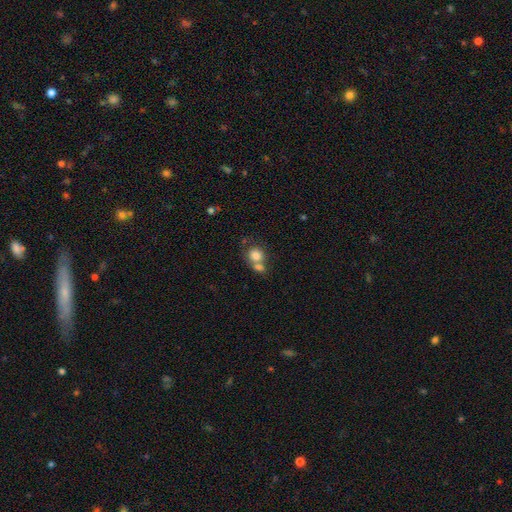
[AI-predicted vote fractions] Smooth or featured?
  - smooth: 79% *
  - featured or disk: 11%
  - star or artifact: 10%
How rounded?
  - round: 76% *
  - in between: 23%
  - cigar-shaped: 1%
Merging?
  - merger: 49% *
  - none: 39%
  - minor disturbance: 8%
  - major disturbance: 4%